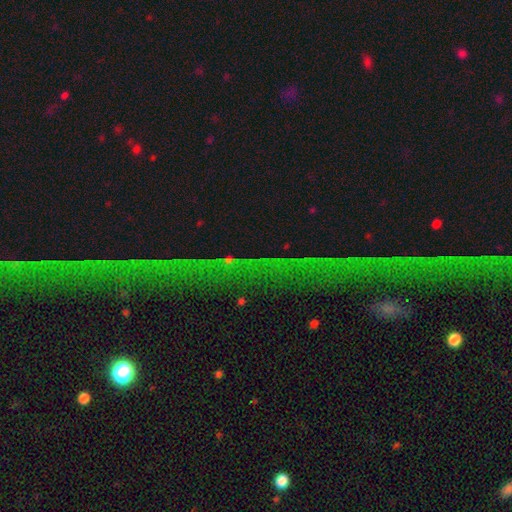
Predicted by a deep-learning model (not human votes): Smooth or featured: star or artifact — 75% (featured or disk — 14%)